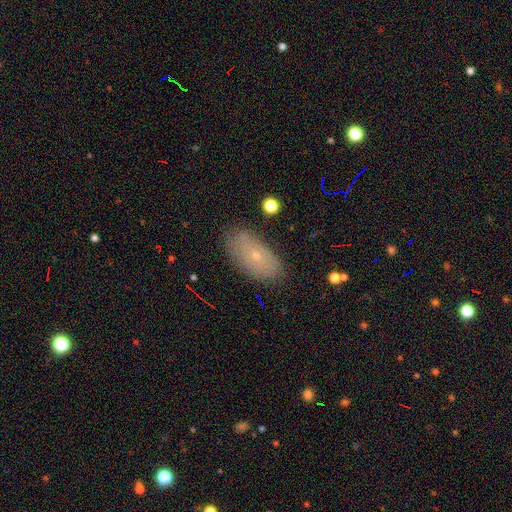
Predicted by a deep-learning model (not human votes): A smooth galaxy with no disk features (60%) that is in between round and cigar-shaped (91%). Merging: none (81%).